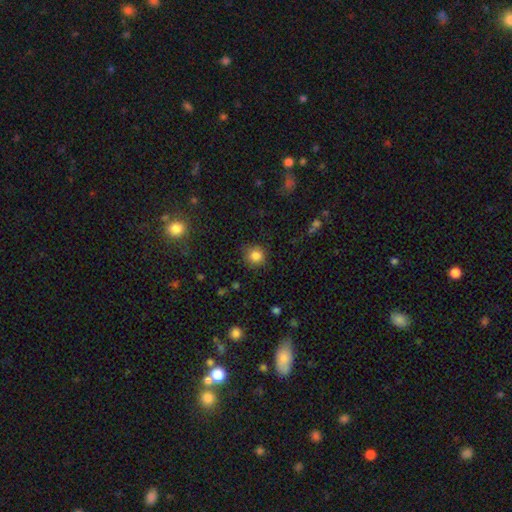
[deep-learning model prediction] smooth_or_featured: smooth (p=0.84) [alt: star or artifact p=0.11]
how_rounded: round (p=0.86) [alt: in between p=0.13]
merging: none (p=0.82) [alt: minor disturbance p=0.13]